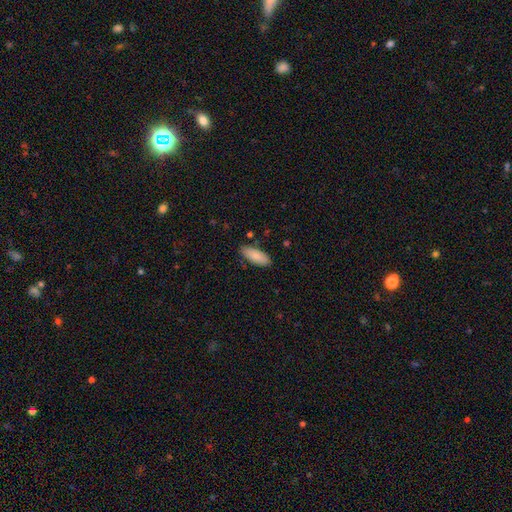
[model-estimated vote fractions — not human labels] This appears to be a smooth galaxy with no disk features (86%) that is in between round and cigar-shaped (81%). Merging: none (84%).